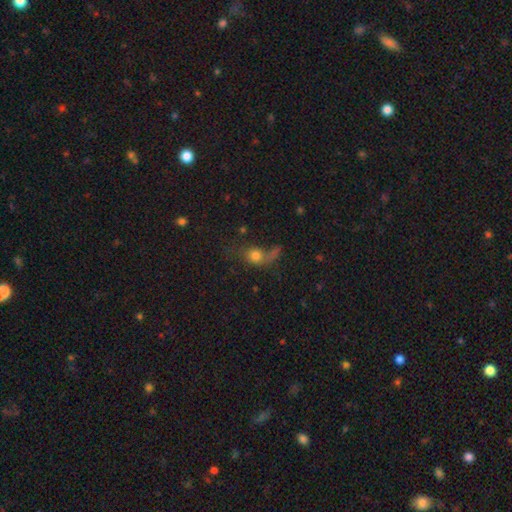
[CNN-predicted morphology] This appears to be a smooth galaxy with no disk features (68%) that is round (51%). Merging: major disturbance (34%).